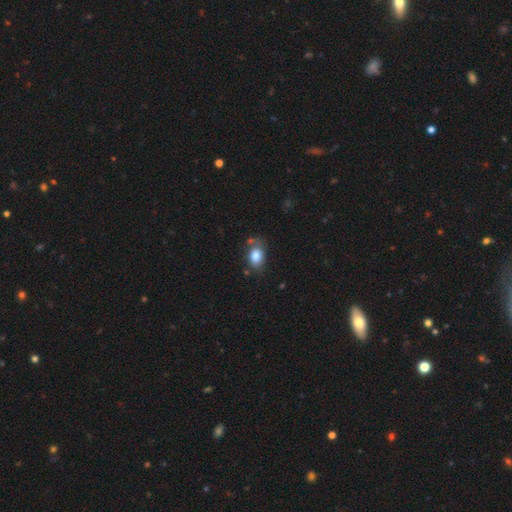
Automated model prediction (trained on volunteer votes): A smooth galaxy with no disk features (83%) that is in between round and cigar-shaped (77%).

Vote fractions:
- Smooth or featured? smooth: 83% / featured or disk: 9% / star or artifact: 9%
- How rounded? in between: 77% / round: 21% / cigar-shaped: 1%
- Merging? none: 63% / minor disturbance: 22% / merger: 9% / major disturbance: 7%